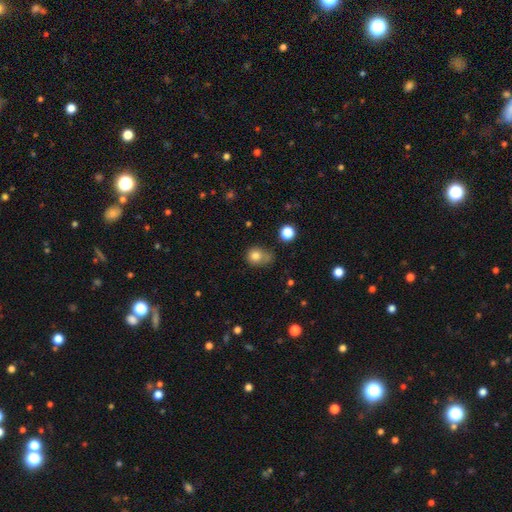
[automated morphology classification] This appears to be a smooth galaxy with no disk features (79%) that is round (74%). Merging: none (48%).